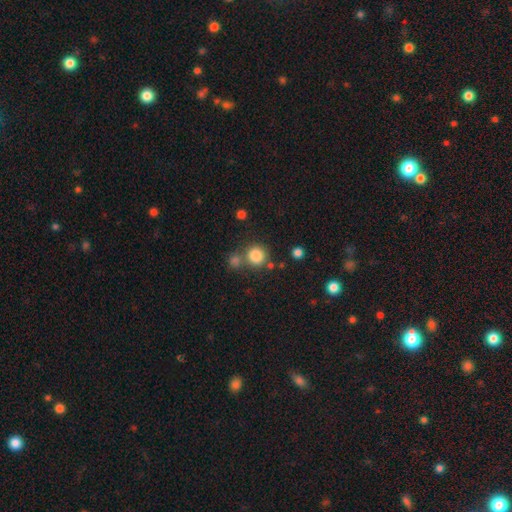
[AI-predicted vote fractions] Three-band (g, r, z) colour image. It shows a smooth galaxy with no disk features (84%) that is round (92%). Merging: none (68%).